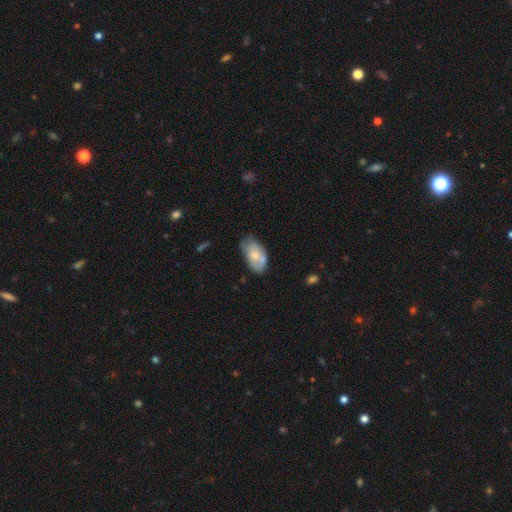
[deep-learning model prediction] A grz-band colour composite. It shows a smooth galaxy with no disk features (62%) that is in between round and cigar-shaped (93%). Merging: none (50%).